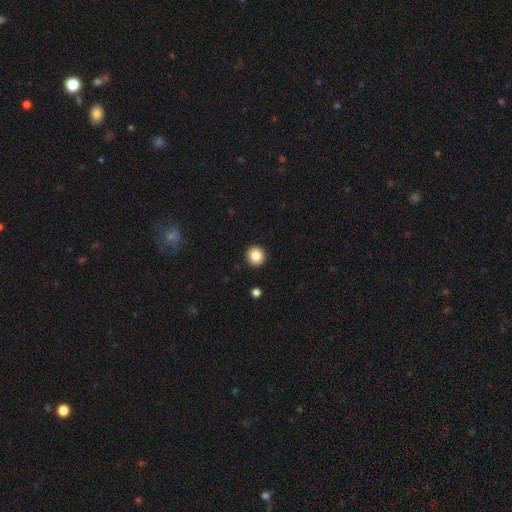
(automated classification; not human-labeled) Q: Smooth or featured?
A: smooth (85%); runner-up: star or artifact (10%)
Q: How rounded?
A: round (94%); runner-up: in between (5%)
Q: Merging?
A: none (93%); runner-up: minor disturbance (4%)